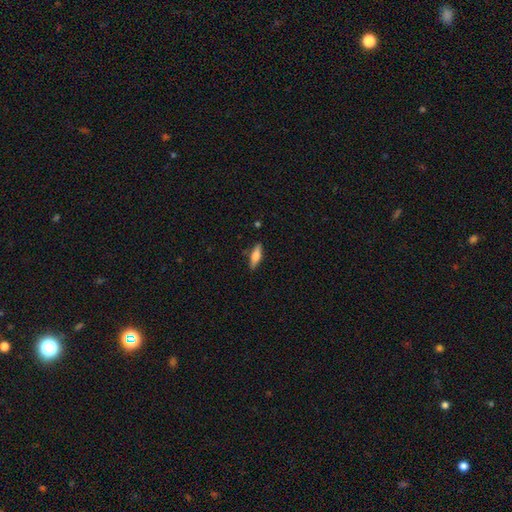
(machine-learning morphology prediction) Overall: smooth (68%). How rounded: cigar-shaped (53%; in between 45%). Merging: none (84%).